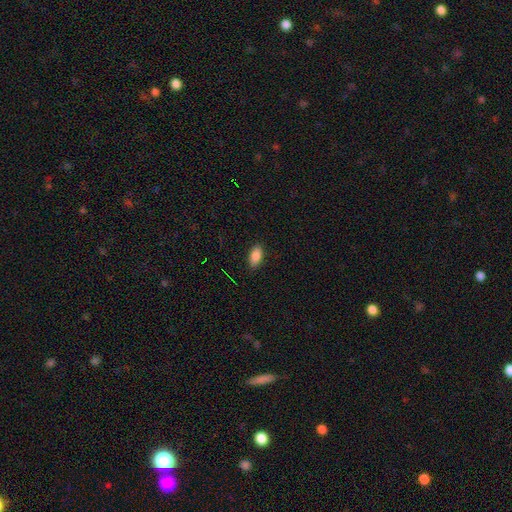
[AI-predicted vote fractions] Smooth or featured?
  - smooth: 87% *
  - star or artifact: 7%
  - featured or disk: 5%
How rounded?
  - in between: 90% *
  - cigar-shaped: 6%
  - round: 3%
Merging?
  - none: 88% *
  - minor disturbance: 9%
  - major disturbance: 2%
  - merger: 1%